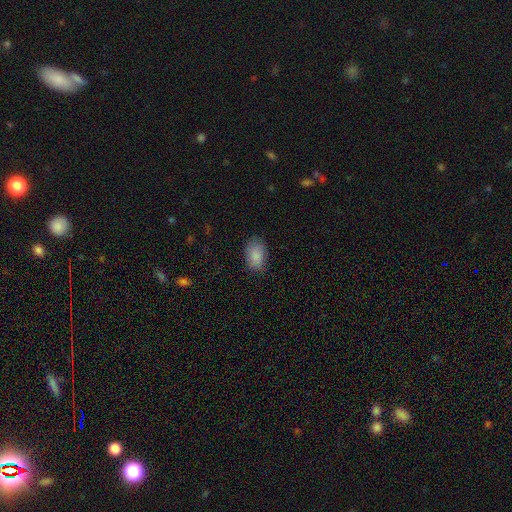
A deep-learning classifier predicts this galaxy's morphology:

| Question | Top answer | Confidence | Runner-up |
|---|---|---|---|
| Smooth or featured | smooth | 87% | star or artifact (7%) |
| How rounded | in between | 88% | round (11%) |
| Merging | none | 77% | minor disturbance (18%) |